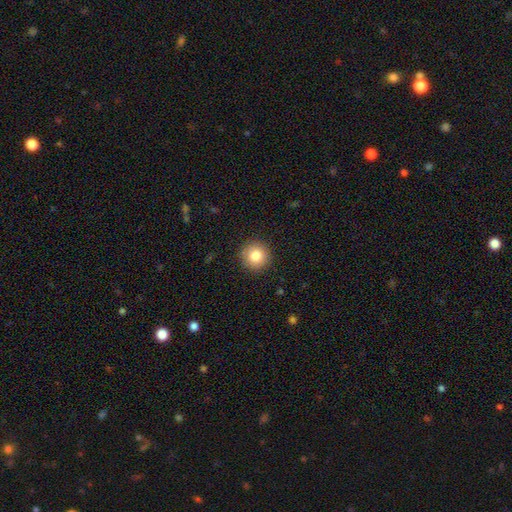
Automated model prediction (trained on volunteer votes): Smooth or featured: smooth — 82% (star or artifact — 10%)
How rounded: round — 94% (in between — 5%)
Merging: none — 91% (minor disturbance — 6%)